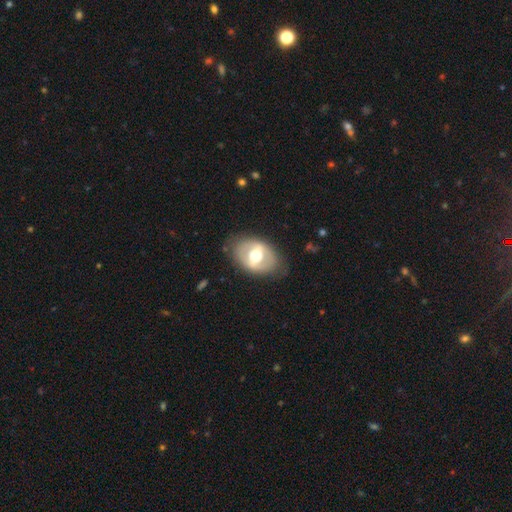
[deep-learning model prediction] Smooth or featured? featured or disk (56%)
Edge-on disk? no (91%)
Bar? strong (38%)
Spiral arms? no (81%)
Bulge size? moderate (65%)
Merging? none (77%)